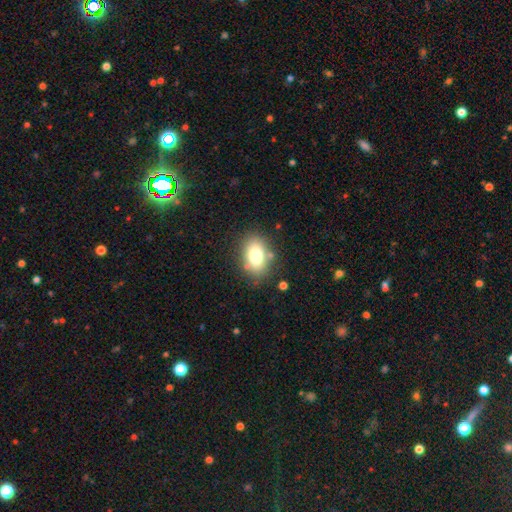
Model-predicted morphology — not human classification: Smooth or featured?
  - smooth: 76% *
  - featured or disk: 14%
  - star or artifact: 10%
How rounded?
  - in between: 82% *
  - round: 16%
  - cigar-shaped: 2%
Merging?
  - none: 77% *
  - minor disturbance: 14%
  - major disturbance: 5%
  - merger: 5%